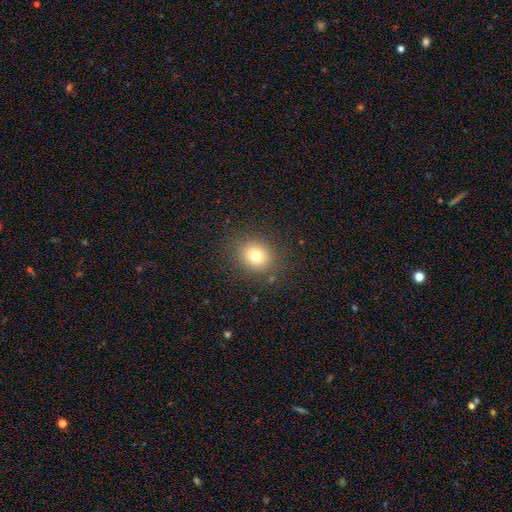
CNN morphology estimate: Smooth or featured? smooth (77%)
How rounded? round (72%)
Merging? none (86%)